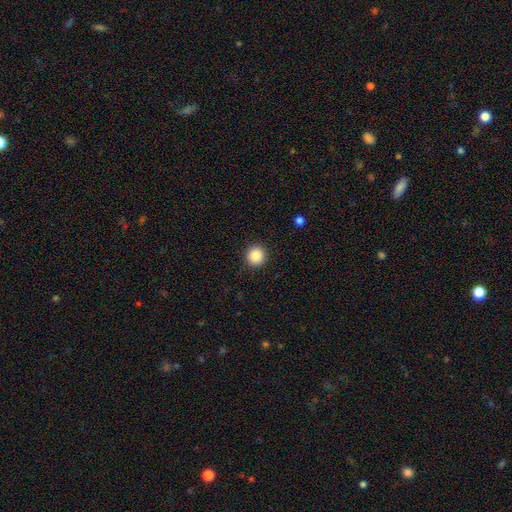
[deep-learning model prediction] Q: Smooth or featured?
A: smooth (88%); runner-up: star or artifact (9%)
Q: How rounded?
A: round (94%); runner-up: in between (5%)
Q: Merging?
A: none (91%); runner-up: minor disturbance (6%)